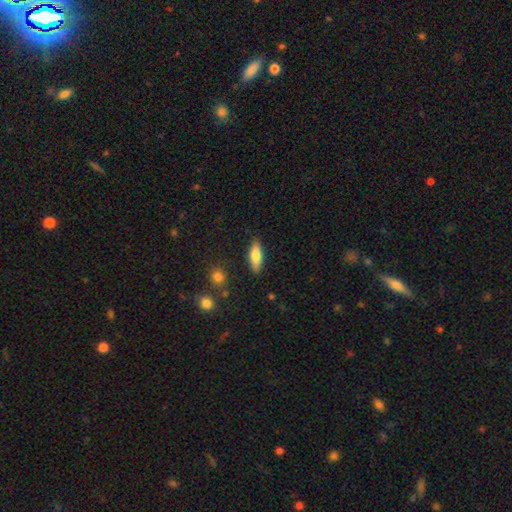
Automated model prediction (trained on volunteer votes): Smooth or featured: smooth — 73% (featured or disk — 20%)
How rounded: in between — 58% (cigar-shaped — 40%)
Merging: none — 86% (minor disturbance — 10%)